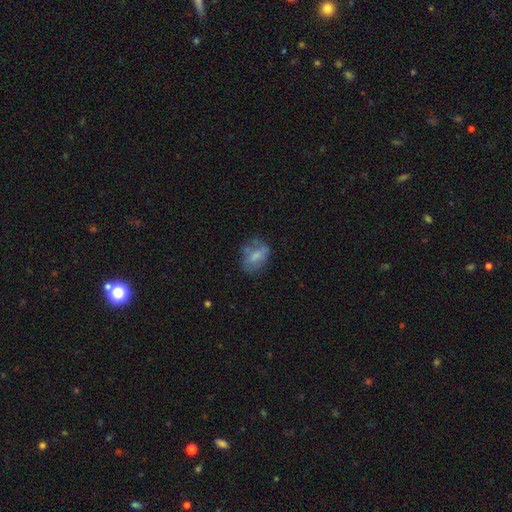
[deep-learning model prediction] Smooth or featured: smooth — 61% (featured or disk — 30%)
How rounded: in between — 71% (round — 27%)
Merging: none — 54% (minor disturbance — 27%)